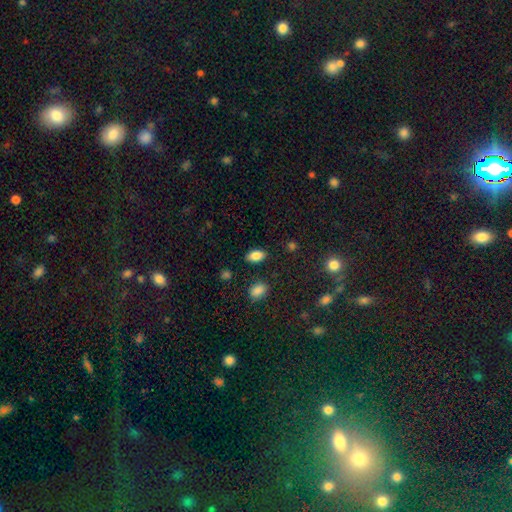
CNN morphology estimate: Smooth or featured? smooth (86%)
How rounded? in between (92%)
Merging? none (87%)